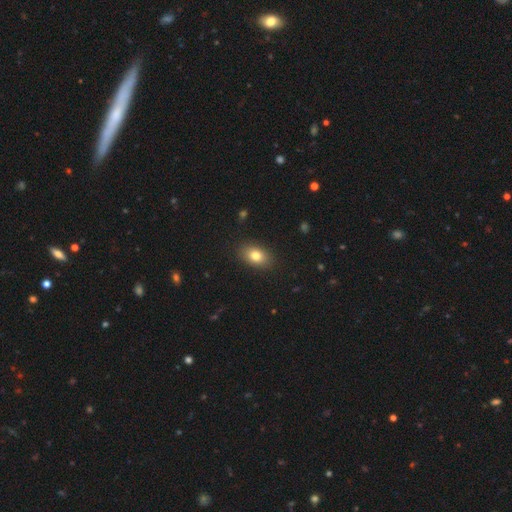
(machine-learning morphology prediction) The model was most divided on "how rounded": in between: 83%, round: 15%, cigar-shaped: 2%. More confident: merging — none (88%); smooth or featured — smooth (80%).